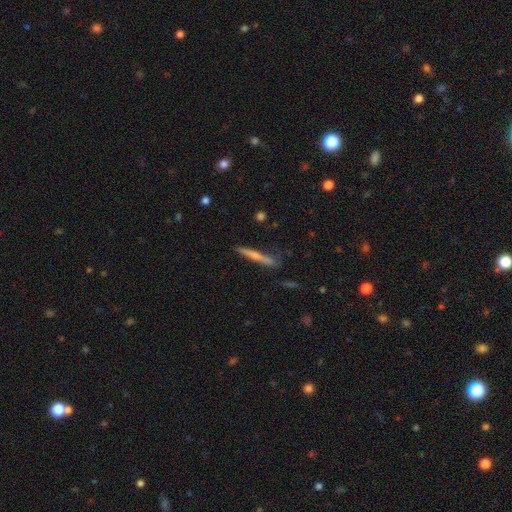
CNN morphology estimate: Smooth or featured? featured or disk (50%)
Edge-on disk? yes (96%)
Merging? none (79%)